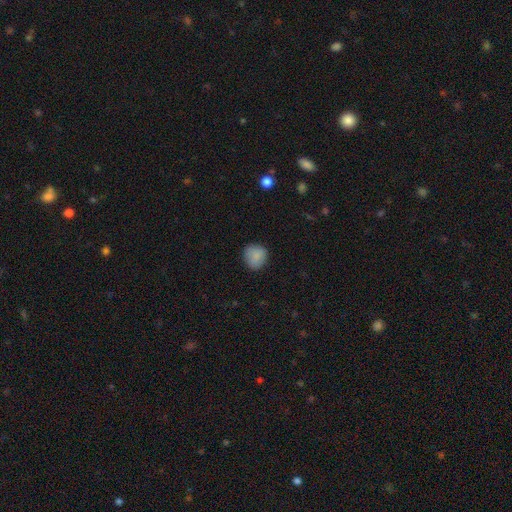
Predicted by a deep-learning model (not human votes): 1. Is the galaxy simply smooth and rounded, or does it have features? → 87% smooth, 8% star or artifact, 5% featured or disk.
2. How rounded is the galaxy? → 86% round, 13% in between, 1% cigar-shaped.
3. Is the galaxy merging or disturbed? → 84% none, 12% minor disturbance, 3% major disturbance, 1% merger.